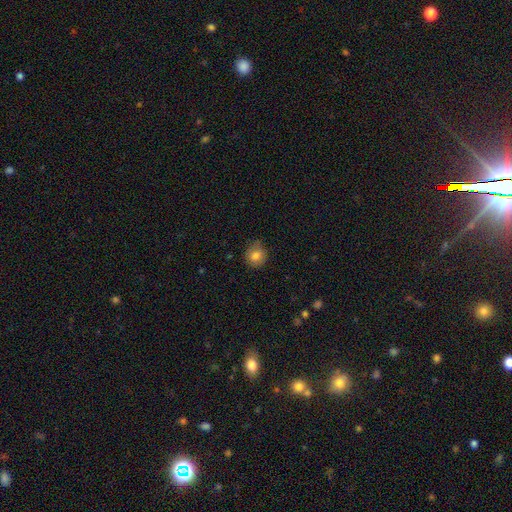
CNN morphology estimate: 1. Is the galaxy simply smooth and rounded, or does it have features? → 81% smooth, 10% star or artifact, 9% featured or disk.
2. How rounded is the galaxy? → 84% round, 15% in between, 1% cigar-shaped.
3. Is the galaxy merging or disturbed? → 75% none, 20% minor disturbance, 4% major disturbance, 1% merger.